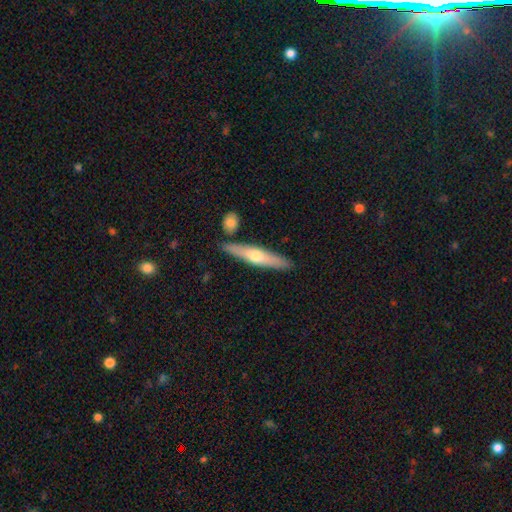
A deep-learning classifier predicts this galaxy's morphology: This appears to be a featured or disk galaxy (49%). Merging: none (85%).